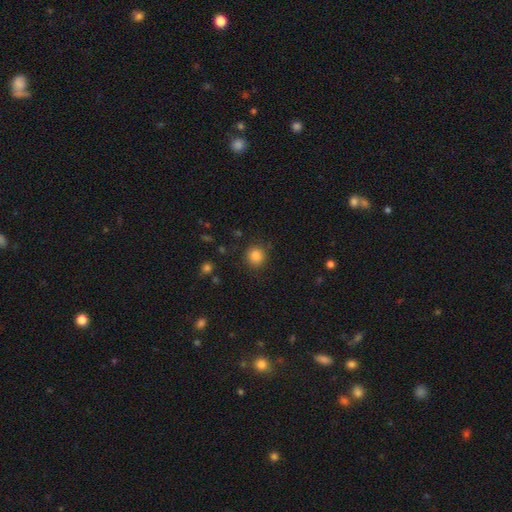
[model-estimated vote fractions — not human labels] Smooth or featured? smooth (85%)
How rounded? round (91%)
Merging? none (88%)